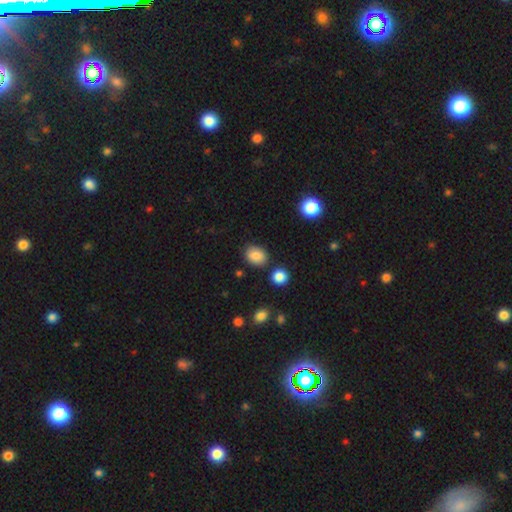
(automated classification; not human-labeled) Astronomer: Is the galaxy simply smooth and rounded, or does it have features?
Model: smooth — 85%.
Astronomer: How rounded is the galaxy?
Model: in between — 62%.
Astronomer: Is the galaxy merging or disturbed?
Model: none — 81%.